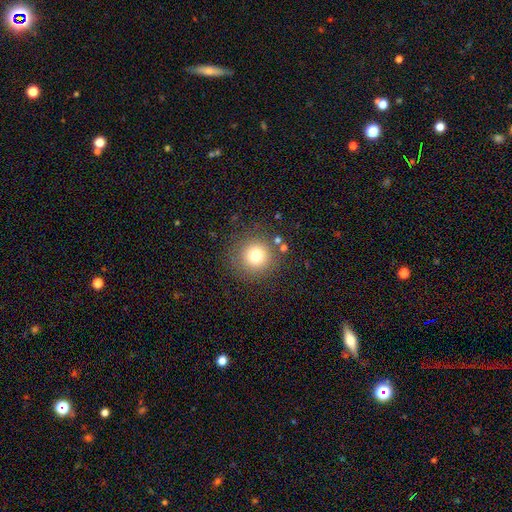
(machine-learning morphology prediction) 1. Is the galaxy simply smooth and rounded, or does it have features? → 76% smooth, 14% star or artifact, 10% featured or disk.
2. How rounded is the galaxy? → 95% round, 4% in between, 1% cigar-shaped.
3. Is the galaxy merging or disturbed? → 84% none, 9% minor disturbance, 4% major disturbance, 3% merger.